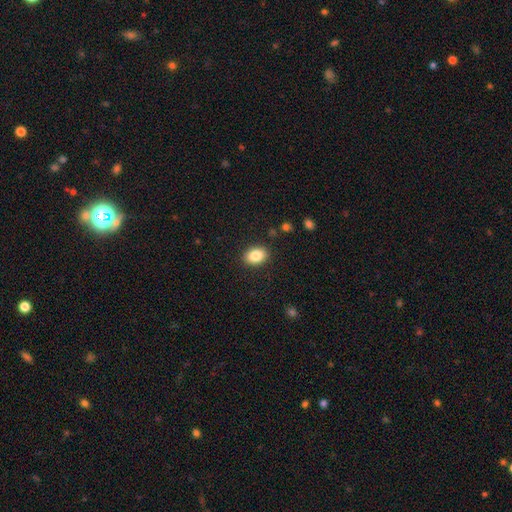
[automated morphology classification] smooth-or-featured: smooth: 85% | star or artifact: 8% | featured or disk: 7%
  how-rounded: in between: 76% | round: 23% | cigar-shaped: 1%
  merging: none: 89% | minor disturbance: 7% | major disturbance: 2% | merger: 1%